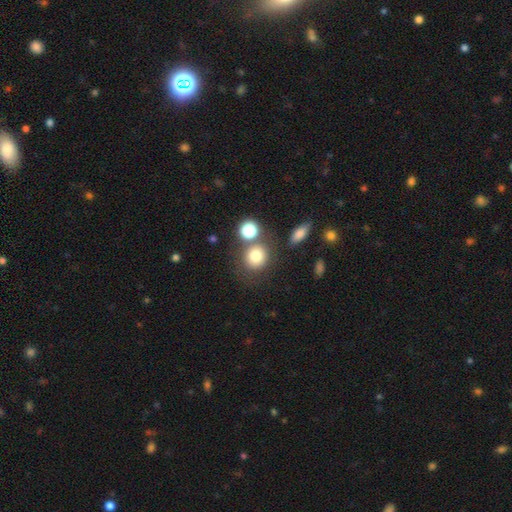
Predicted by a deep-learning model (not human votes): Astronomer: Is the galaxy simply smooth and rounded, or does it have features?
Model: smooth — 78%.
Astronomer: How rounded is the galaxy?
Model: round — 83%.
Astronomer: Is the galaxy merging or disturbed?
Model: none — 64%.